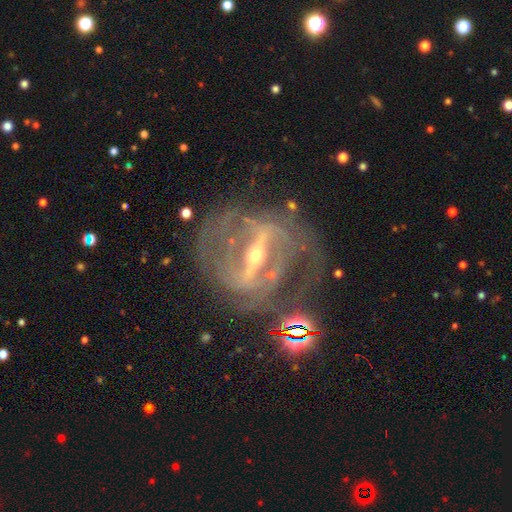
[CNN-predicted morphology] type=featured or disk (89%); edge-on=no (91%); bar=strong (83%); spiral arms=yes (90%); winding=tight (47%); arm count=2 (54%); bulge=small (62%); merging=none (60%).